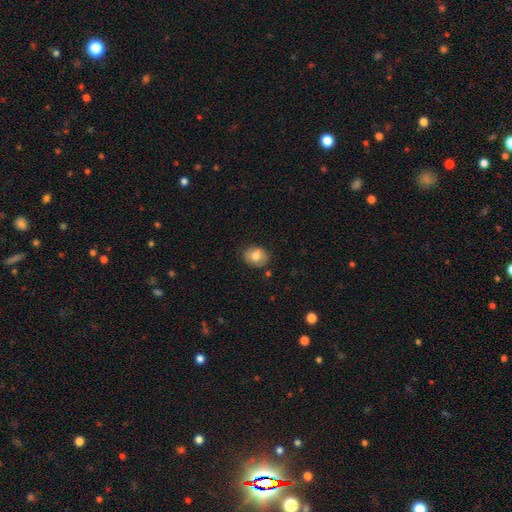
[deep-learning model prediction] Q: Smooth or featured?
A: smooth (76%); runner-up: featured or disk (16%)
Q: How rounded?
A: in between (51%); runner-up: round (48%)
Q: Merging?
A: none (80%); runner-up: minor disturbance (15%)